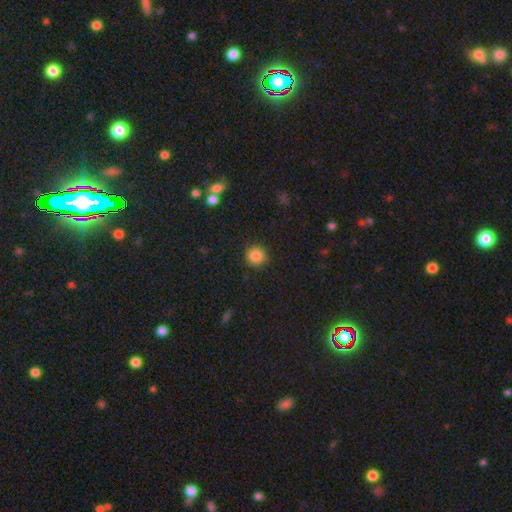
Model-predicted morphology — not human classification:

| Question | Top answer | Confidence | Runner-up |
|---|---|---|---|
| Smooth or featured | smooth | 84% | star or artifact (11%) |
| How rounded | round | 94% | in between (5%) |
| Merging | none | 90% | minor disturbance (7%) |